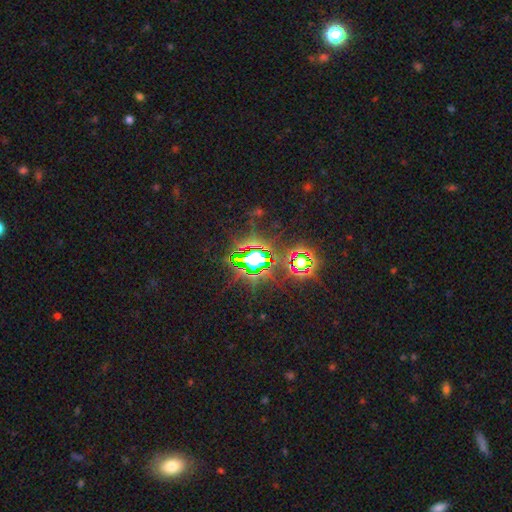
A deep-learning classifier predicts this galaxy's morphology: Smooth or featured? star or artifact (82%)